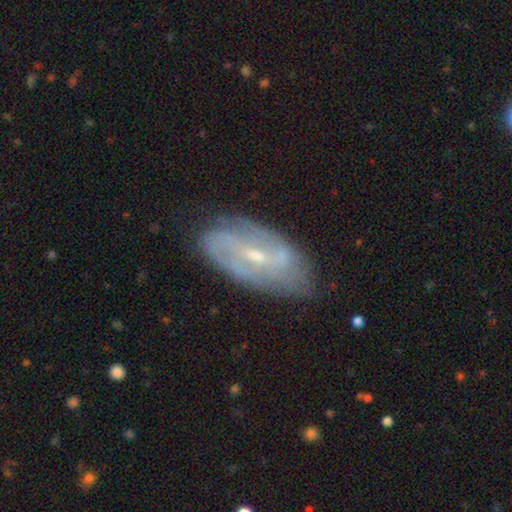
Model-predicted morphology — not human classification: smooth-or-featured: featured or disk: 78% | smooth: 15% | star or artifact: 7%
  disk-edge-on: no: 92% | yes: 8%
    bar: weak: 50% | strong: 28% | no: 22%
    has-spiral-arms: yes: 86% | no: 14%
      spiral-winding: medium: 39% | tight: 38% | loose: 23%
      spiral-arm-count: 2: 47% | can't tell: 32% | 3: 10% | 4: 5% | 1: 4% | more than 4: 3%
    bulge-size: small: 65% | moderate: 31% | none: 3% | large: 1% | dominant: 1%
  merging: none: 72% | minor disturbance: 20% | major disturbance: 6% | merger: 2%